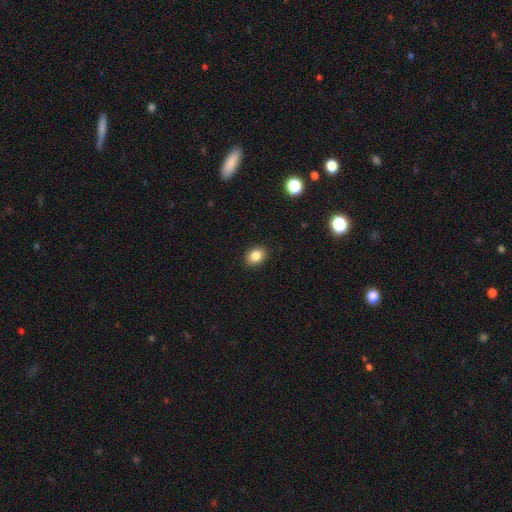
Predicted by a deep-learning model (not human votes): Smooth or featured: smooth — 84% (star or artifact — 10%)
How rounded: in between — 61% (round — 38%)
Merging: none — 90% (minor disturbance — 7%)